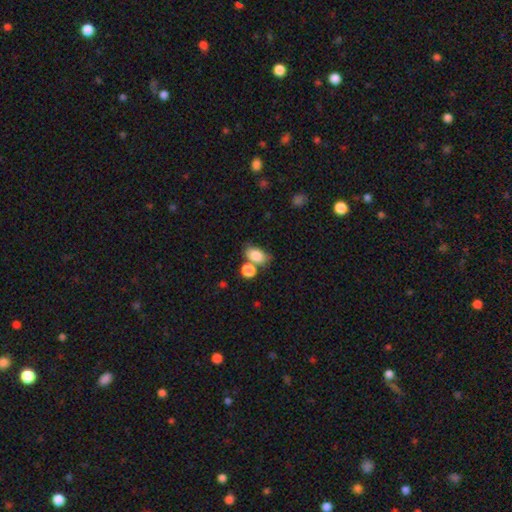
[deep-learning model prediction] Smooth or featured? Predicted: smooth (p=0.82). How rounded? Predicted: in between (p=0.82). Merging? Predicted: none (p=0.51).